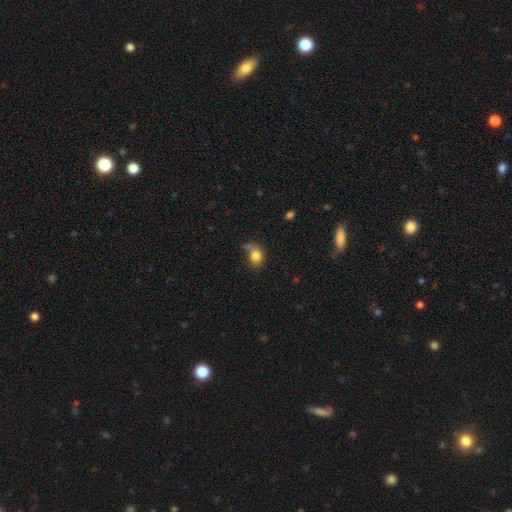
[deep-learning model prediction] A smooth galaxy with no disk features (80%) that is in between round and cigar-shaped (50%). Merging: none (44%).